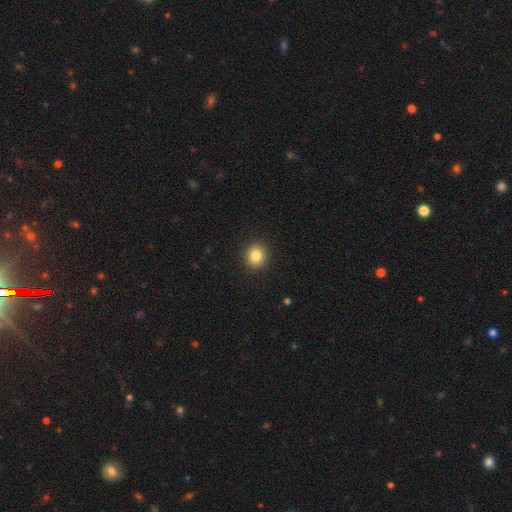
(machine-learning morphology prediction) type=smooth (84%); roundness=round (82%); merging=none (92%).